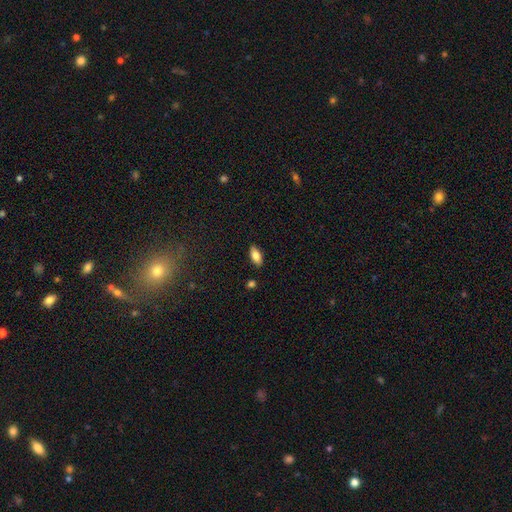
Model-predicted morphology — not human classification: The model was most divided on "smooth or featured": smooth: 79%, featured or disk: 14%, star or artifact: 7%. More confident: merging — none (88%); how rounded — in between (87%).